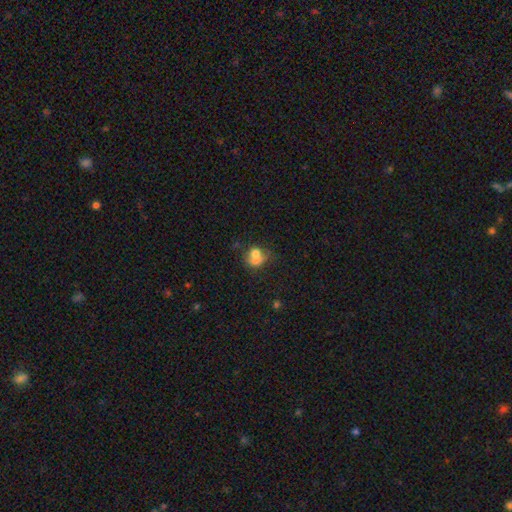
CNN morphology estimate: Smooth or featured? smooth (67%)
How rounded? round (64%)
Merging? merger (43%)